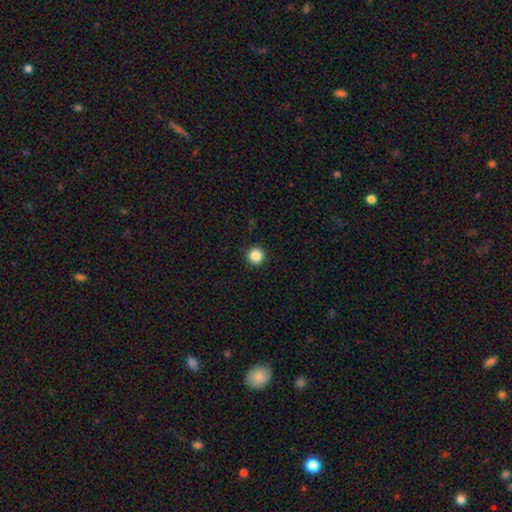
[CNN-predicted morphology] Smooth or featured?
  - smooth: 86% *
  - star or artifact: 11%
  - featured or disk: 3%
How rounded?
  - round: 97% *
  - in between: 2%
  - cigar-shaped: 1%
Merging?
  - none: 93% *
  - minor disturbance: 4%
  - major disturbance: 2%
  - merger: 1%